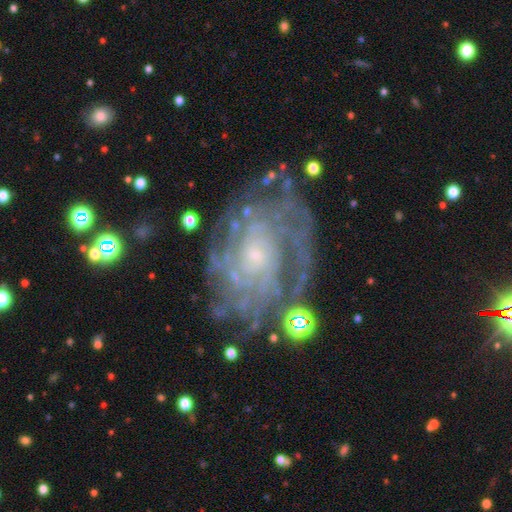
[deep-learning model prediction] This is clearly a featured or disk galaxy (88%). It is clearly not viewed edge-on (97%). Bar: likely no (74%). Spiral arm pattern: clearly yes (96%). Spiral arm count: marginally can't tell (33%). Spiral winding: likely tight (69%). Central bulge: likely small (75%). Merging: likely none (70%).